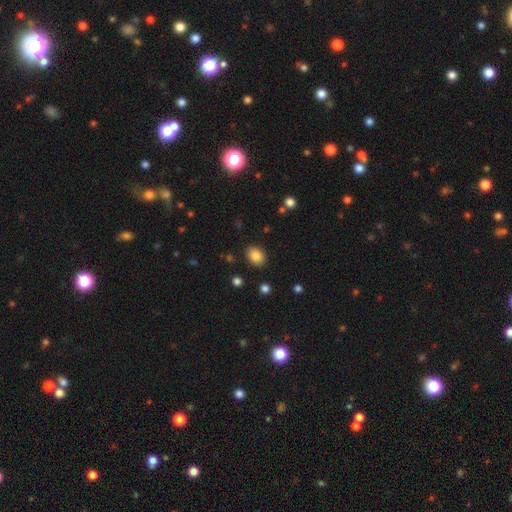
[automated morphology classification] smooth 86%, star or artifact 9%, featured or disk 5%. Down the decision tree: how rounded — in between (60%); merging — none (87%).